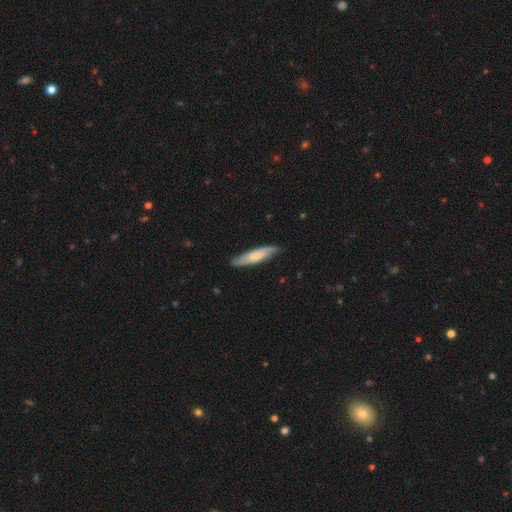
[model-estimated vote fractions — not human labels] Morphology: type=smooth (59%); roundness=cigar-shaped (76%); merging=none (80%).